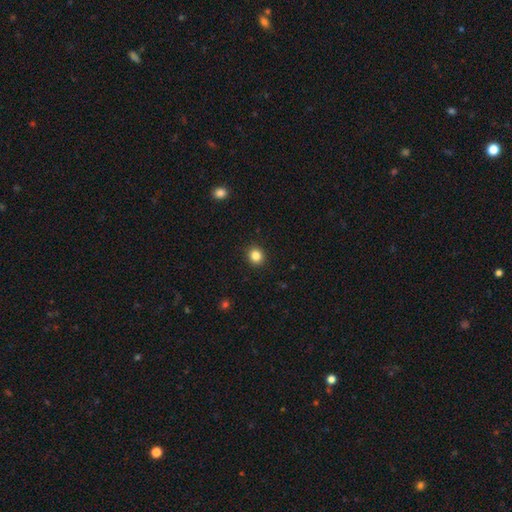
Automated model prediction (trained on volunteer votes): Morphology: type=smooth (85%); roundness=round (86%); merging=none (92%).